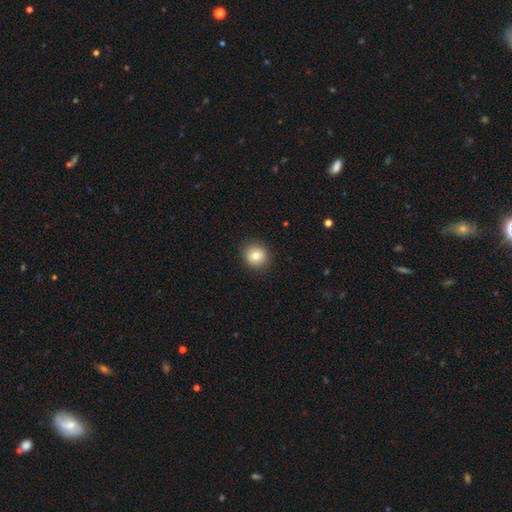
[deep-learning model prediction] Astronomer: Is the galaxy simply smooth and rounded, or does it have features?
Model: smooth — 82%.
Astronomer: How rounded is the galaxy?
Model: round — 90%.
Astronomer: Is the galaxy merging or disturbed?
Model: none — 91%.